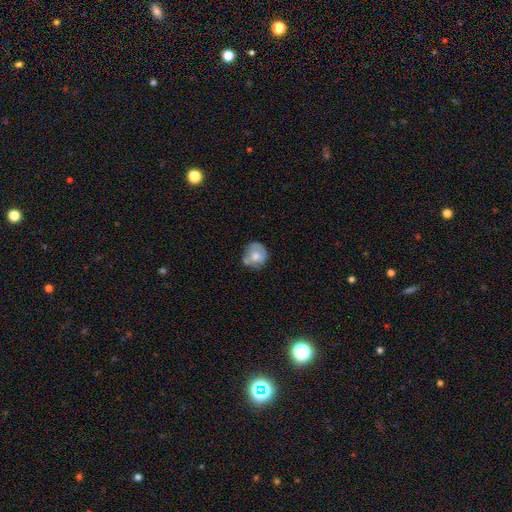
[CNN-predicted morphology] Smooth or featured?
  - smooth: 62% *
  - featured or disk: 30%
  - star or artifact: 7%
How rounded?
  - round: 84% *
  - in between: 15%
  - cigar-shaped: 1%
Merging?
  - none: 58% *
  - minor disturbance: 26%
  - merger: 8%
  - major disturbance: 8%